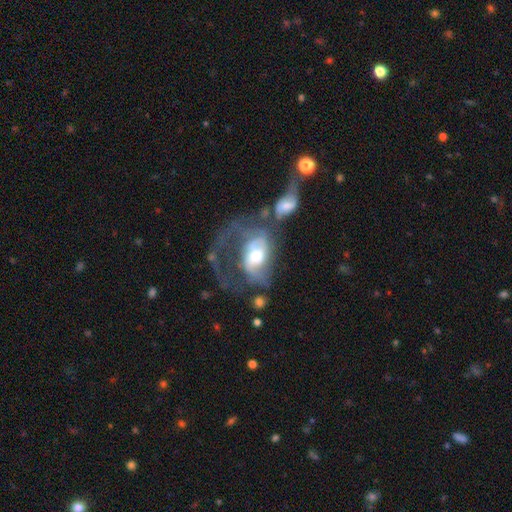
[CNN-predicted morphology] Smooth or featured?
  - featured or disk: 70% *
  - smooth: 23%
  - star or artifact: 7%
Edge-on disk?
  - no: 96% *
  - yes: 4%
Bar?
  - no: 54% *
  - weak: 34%
  - strong: 12%
Spiral arms?
  - yes: 72% *
  - no: 28%
Bulge size?
  - moderate: 60% *
  - large: 22%
  - small: 14%
  - dominant: 2%
  - none: 2%
Merging?
  - major disturbance: 43% *
  - merger: 33%
  - none: 14%
  - minor disturbance: 10%